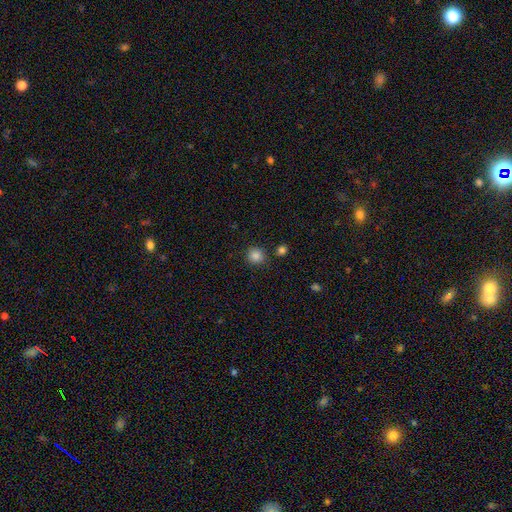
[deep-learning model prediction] smooth_or_featured: smooth (p=0.85) [alt: star or artifact p=0.11]
how_rounded: round (p=0.91) [alt: in between p=0.08]
merging: none (p=0.85) [alt: minor disturbance p=0.08]